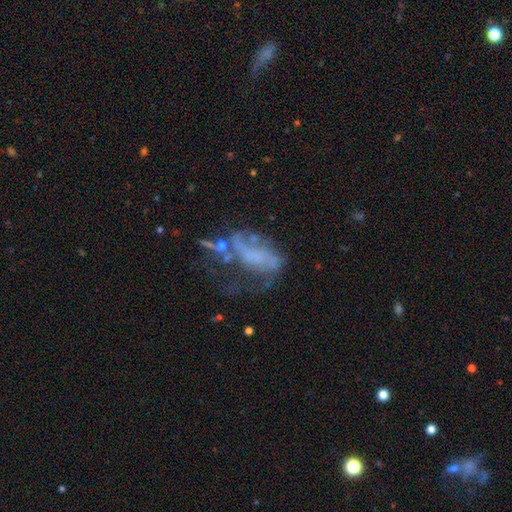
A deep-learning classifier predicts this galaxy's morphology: Smooth or featured: featured or disk — 61% (smooth — 23%)
Edge-on disk: no — 95% (yes — 5%)
Bar: no — 71% (weak — 19%)
Spiral arms: no — 55% (yes — 45%)
Bulge size: none — 70% (small — 16%)
Merging: major disturbance — 44% (none — 24%)